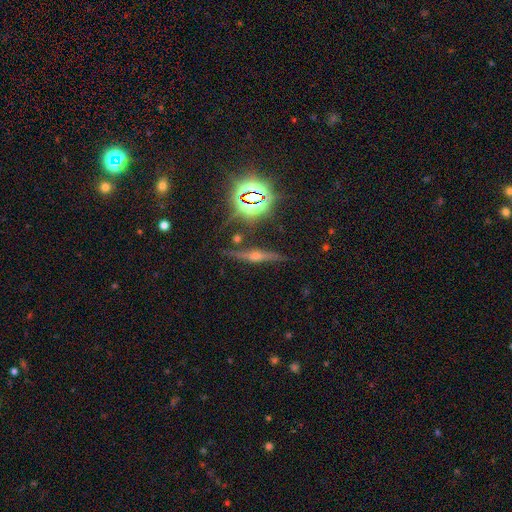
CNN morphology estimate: Smooth or featured? featured or disk (63%)
Edge-on disk? yes (94%)
Edge-on bulge? rounded (91%)
Merging? none (84%)